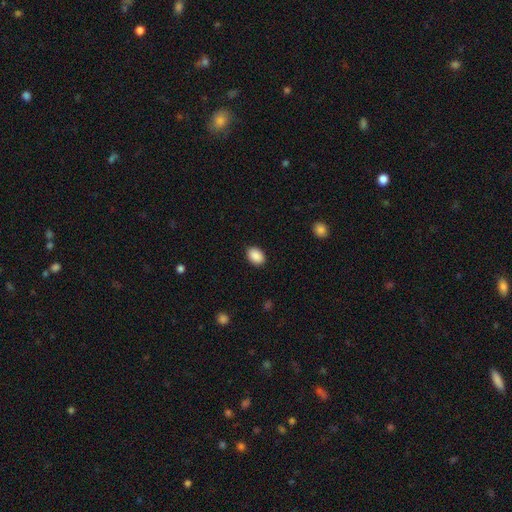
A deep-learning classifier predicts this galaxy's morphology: smooth_or_featured: smooth (p=0.90) [alt: star or artifact p=0.07]
how_rounded: in between (p=0.77) [alt: round p=0.22]
merging: none (p=0.89) [alt: minor disturbance p=0.08]